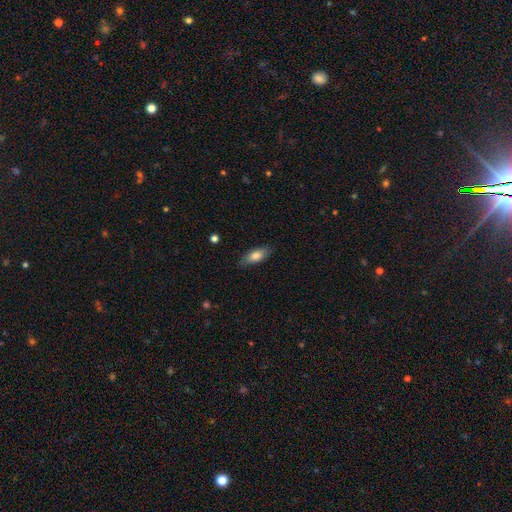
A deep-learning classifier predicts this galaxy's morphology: type=smooth (78%); roundness=in between (80%); merging=none (82%).